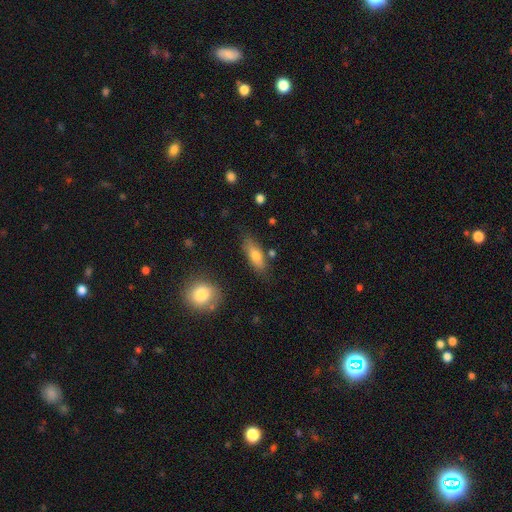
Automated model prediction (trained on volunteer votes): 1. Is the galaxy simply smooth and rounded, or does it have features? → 73% smooth, 20% featured or disk, 7% star or artifact.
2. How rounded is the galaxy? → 67% in between, 30% cigar-shaped, 3% round.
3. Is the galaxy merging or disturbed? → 78% none, 14% minor disturbance, 4% merger, 3% major disturbance.